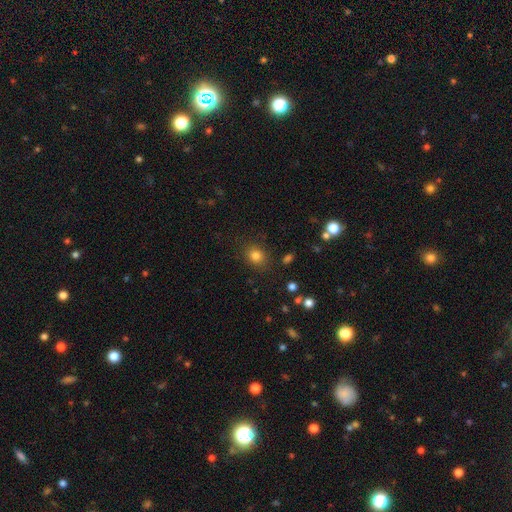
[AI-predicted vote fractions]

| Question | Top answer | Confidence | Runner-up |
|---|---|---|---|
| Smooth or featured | smooth | 80% | star or artifact (13%) |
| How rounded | round | 70% | in between (29%) |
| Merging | none | 85% | minor disturbance (10%) |